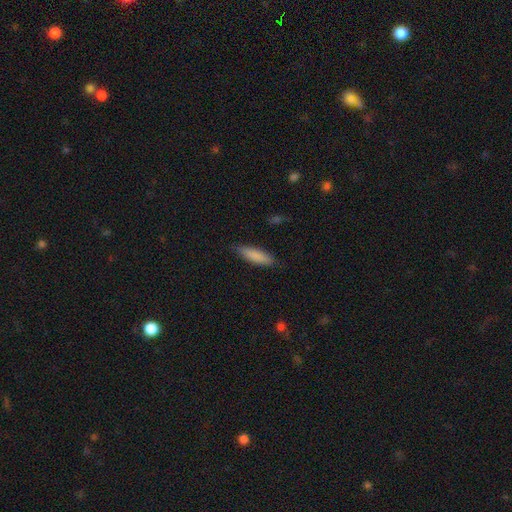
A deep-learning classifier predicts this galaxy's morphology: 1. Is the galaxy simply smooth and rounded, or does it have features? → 86% smooth, 8% featured or disk, 6% star or artifact.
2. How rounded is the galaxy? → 54% cigar-shaped, 45% in between, 2% round.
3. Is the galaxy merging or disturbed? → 81% none, 15% minor disturbance, 3% major disturbance, 1% merger.